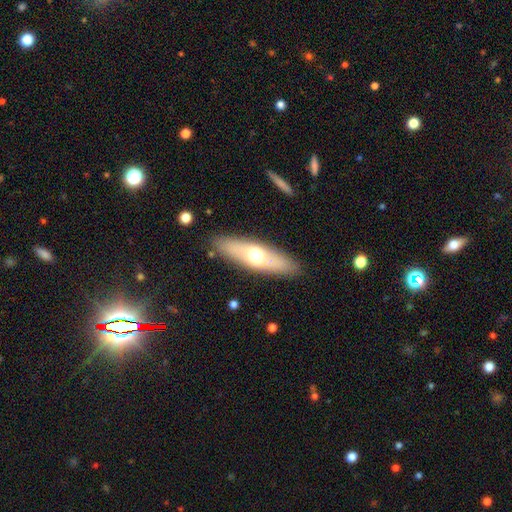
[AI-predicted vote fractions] A smooth galaxy with no disk features (52%) that is cigar-shaped (57%). Merging: none (87%).